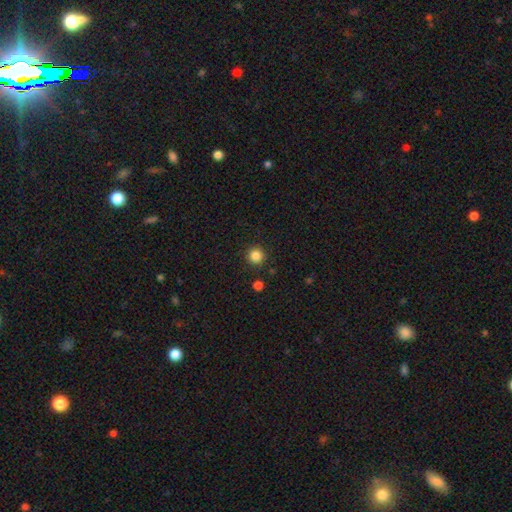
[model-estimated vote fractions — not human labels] smooth-or-featured: smooth: 85% | star or artifact: 11% | featured or disk: 4%
  how-rounded: round: 95% | in between: 4% | cigar-shaped: 1%
  merging: none: 91% | minor disturbance: 5% | merger: 2% | major disturbance: 2%